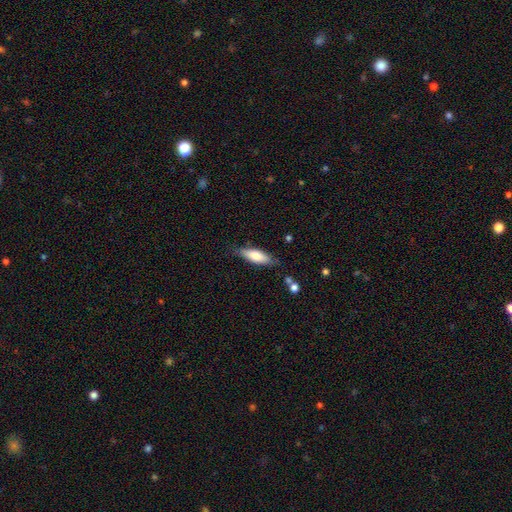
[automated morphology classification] Smooth or featured: smooth — 73% (featured or disk — 21%)
How rounded: in between — 58% (cigar-shaped — 40%)
Merging: none — 77% (minor disturbance — 17%)